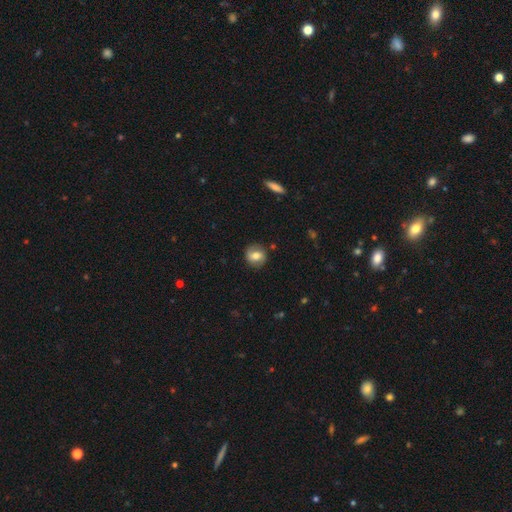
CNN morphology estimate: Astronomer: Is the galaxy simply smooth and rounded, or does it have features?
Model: smooth — 60%.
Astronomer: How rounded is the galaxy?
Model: round — 78%.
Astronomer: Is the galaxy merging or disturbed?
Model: none — 84%.